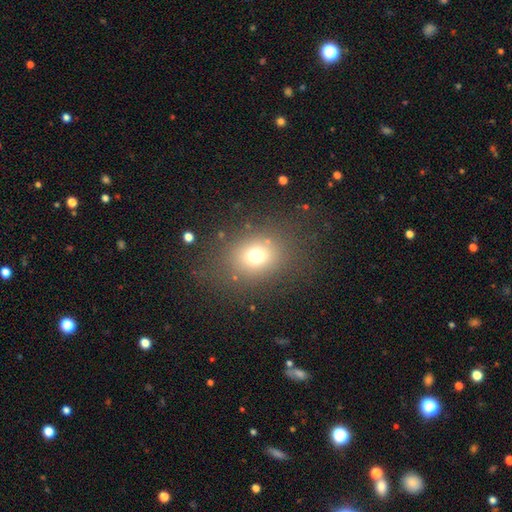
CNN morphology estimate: type=smooth (70%); roundness=round (56%); merging=none (79%).